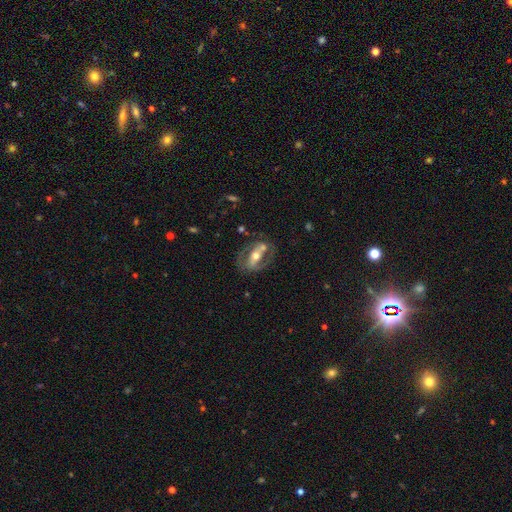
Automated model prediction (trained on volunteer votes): Smooth or featured: featured or disk — 72% (smooth — 22%)
Edge-on disk: no — 89% (yes — 11%)
Bar: strong — 44% (no — 31%)
Spiral arms: yes — 54% (no — 46%)
Bulge size: moderate — 71% (small — 16%)
Merging: none — 61% (minor disturbance — 17%)